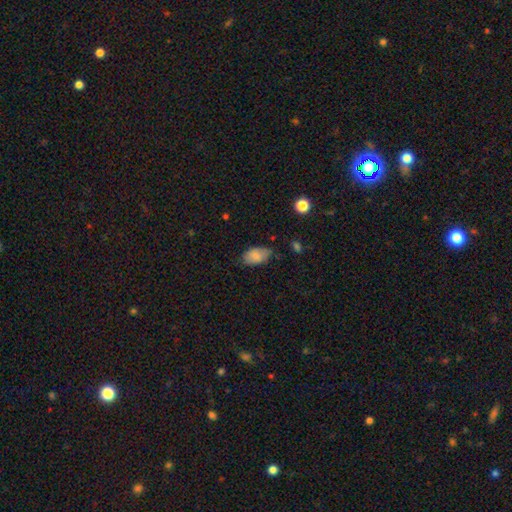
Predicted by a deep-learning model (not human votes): Morphology: type=smooth (79%); roundness=in between (93%); merging=none (69%).